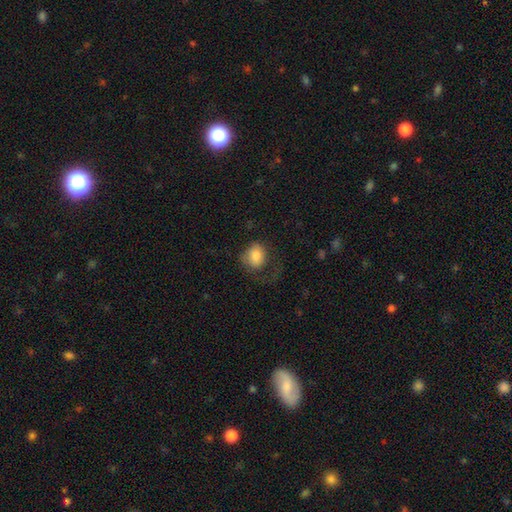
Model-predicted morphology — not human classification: Smooth or featured?
  - smooth: 80% *
  - featured or disk: 12%
  - star or artifact: 8%
How rounded?
  - round: 51% *
  - in between: 48%
  - cigar-shaped: 1%
Merging?
  - none: 45% *
  - major disturbance: 31%
  - minor disturbance: 22%
  - merger: 2%